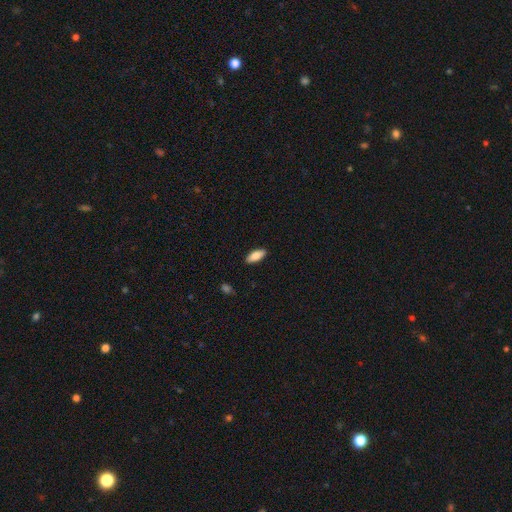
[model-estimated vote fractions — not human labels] A smooth galaxy with no disk features (83%) that is in between round and cigar-shaped (83%). Merging: none (89%).